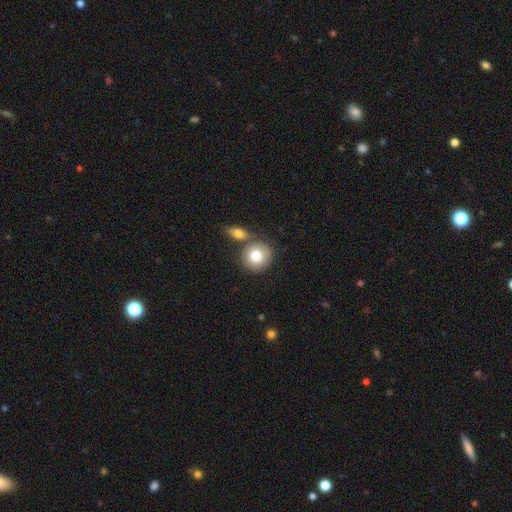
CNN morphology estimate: Smooth or featured?
  - smooth: 79% *
  - featured or disk: 13%
  - star or artifact: 7%
How rounded?
  - round: 86% *
  - in between: 13%
  - cigar-shaped: 1%
Merging?
  - none: 61% *
  - merger: 25%
  - minor disturbance: 11%
  - major disturbance: 3%